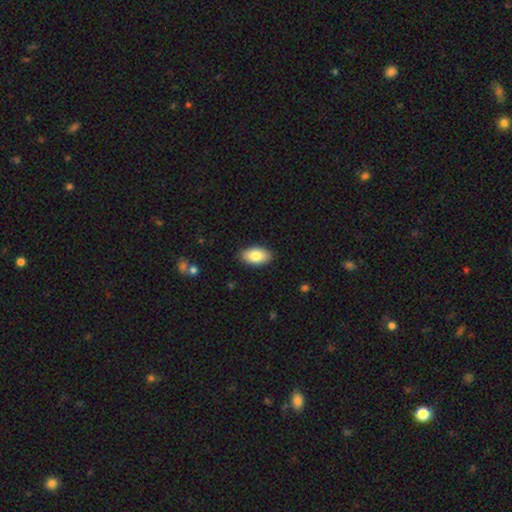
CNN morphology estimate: Q: Smooth or featured?
A: smooth (83%); runner-up: featured or disk (10%)
Q: How rounded?
A: in between (94%); runner-up: round (4%)
Q: Merging?
A: none (88%); runner-up: minor disturbance (9%)